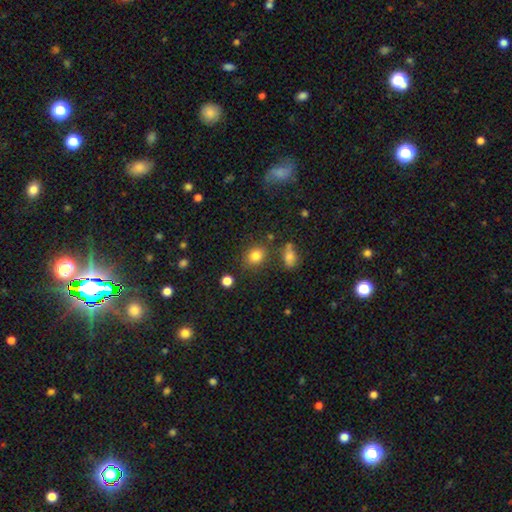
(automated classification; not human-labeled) Overall: smooth (81%). How rounded: round (57%; in between 41%). Merging: none (77%).